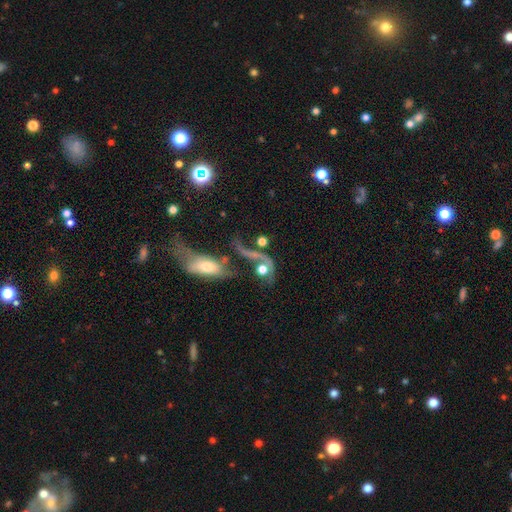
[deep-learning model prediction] A featured or disk galaxy (57%). Merging: merger (39%).